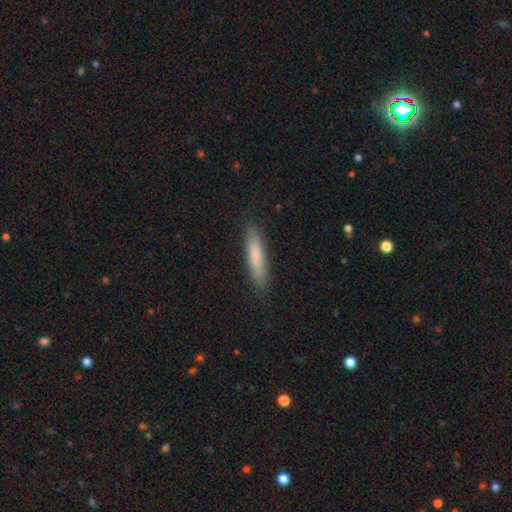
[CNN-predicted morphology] This appears to be a smooth galaxy with no disk features (79%) that is cigar-shaped (87%). Merging: none (87%).